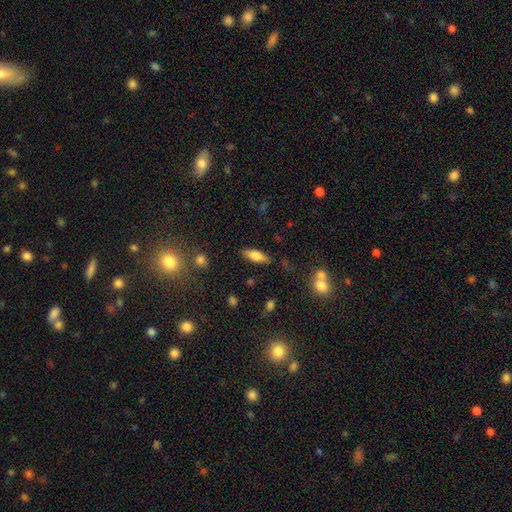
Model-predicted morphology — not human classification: smooth_or_featured: smooth (p=0.74) [alt: featured or disk p=0.18]
how_rounded: in between (p=0.69) [alt: cigar-shaped p=0.29]
merging: none (p=0.82) [alt: minor disturbance p=0.12]